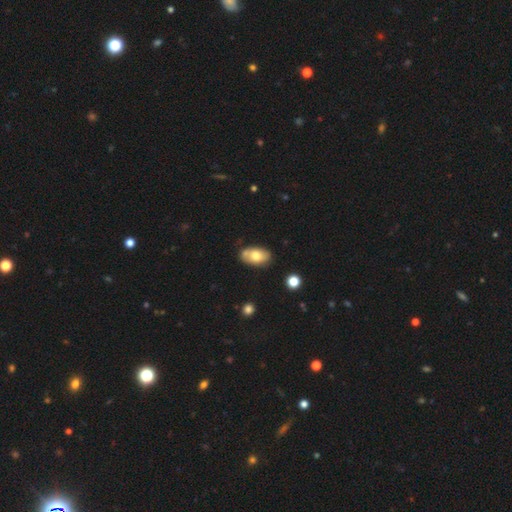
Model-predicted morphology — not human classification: Smooth or featured?
  - smooth: 71% *
  - featured or disk: 22%
  - star or artifact: 7%
How rounded?
  - in between: 92% *
  - round: 6%
  - cigar-shaped: 2%
Merging?
  - none: 68% *
  - minor disturbance: 18%
  - merger: 10%
  - major disturbance: 4%